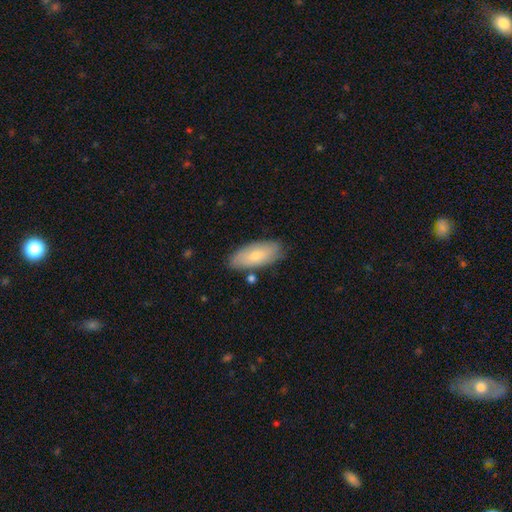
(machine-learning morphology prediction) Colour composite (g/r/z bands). It shows a smooth galaxy with no disk features (70%) that is in between round and cigar-shaped (85%). Merging: none (80%).